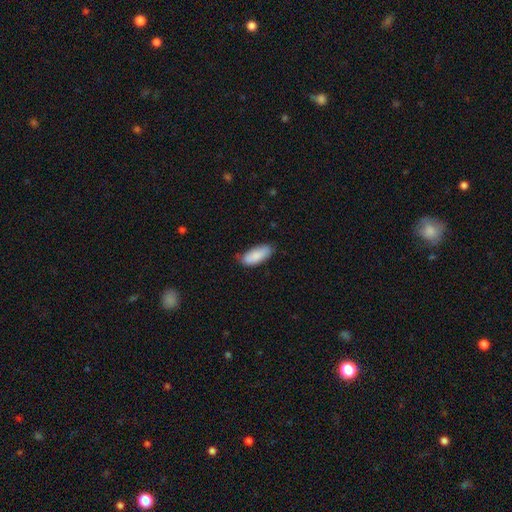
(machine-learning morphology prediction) Overall: smooth (88%). How rounded: in between (83%). Merging: none (73%).